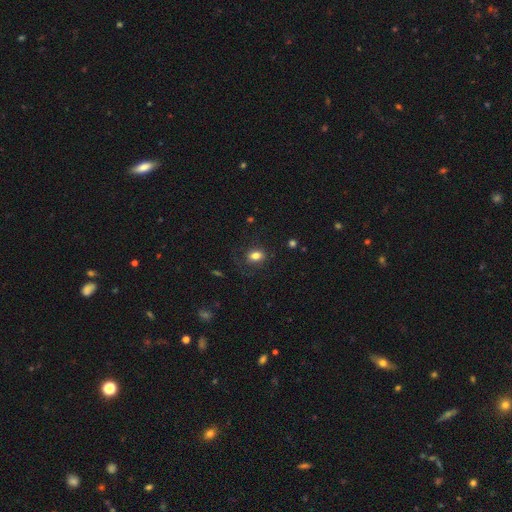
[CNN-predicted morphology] type=smooth (79%); roundness=in between (71%); merging=none (74%).